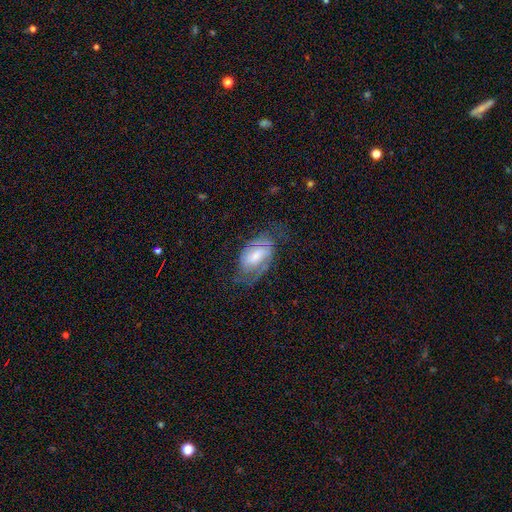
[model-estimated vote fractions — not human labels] Q: Smooth or featured?
A: featured or disk (65%); runner-up: smooth (28%)
Q: Edge-on disk?
A: no (95%); runner-up: yes (5%)
Q: Bar?
A: weak (46%); runner-up: no (36%)
Q: Spiral arms?
A: yes (83%); runner-up: no (17%)
Q: Spiral winding?
A: medium (45%); runner-up: tight (34%)
Q: Spiral arm count?
A: 2 (65%); runner-up: can't tell (22%)
Q: Bulge size?
A: moderate (41%); runner-up: small (37%)
Q: Merging?
A: none (53%); runner-up: minor disturbance (24%)